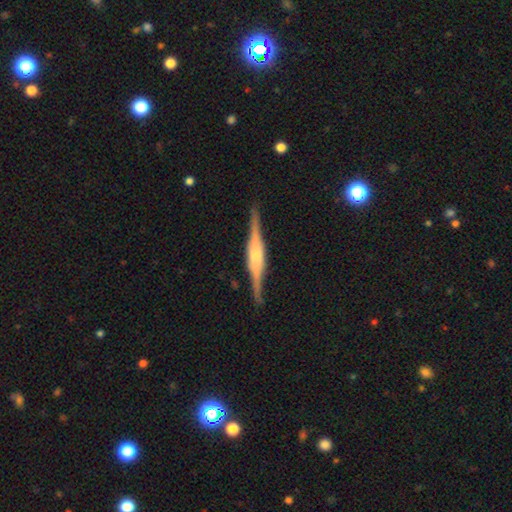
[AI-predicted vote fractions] A featured or disk galaxy (82%) viewed edge-on (98%) with a rounded central bulge (57%).

Vote fractions:
- Smooth or featured? featured or disk: 82% / smooth: 13% / star or artifact: 5%
- Edge-on disk? yes: 98% / no: 2%
- Edge-on bulge? rounded: 57% / boxy: 38% / none: 5%
- Merging? none: 87% / minor disturbance: 10% / major disturbance: 2% / merger: 1%